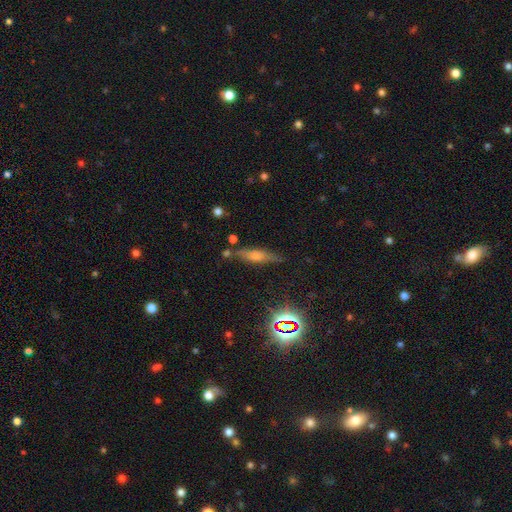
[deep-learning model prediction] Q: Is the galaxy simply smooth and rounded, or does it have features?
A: featured or disk — 42%.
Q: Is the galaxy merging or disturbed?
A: none — 75%.